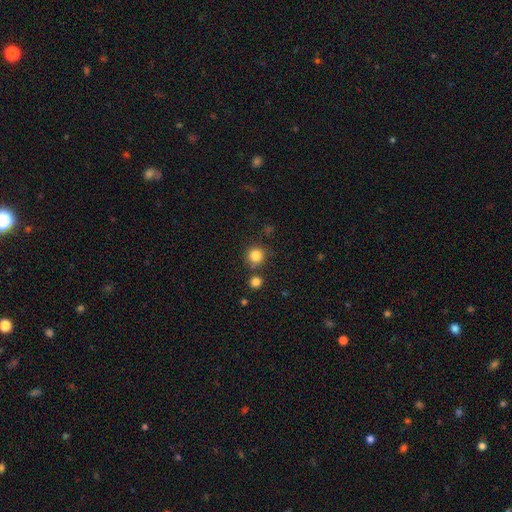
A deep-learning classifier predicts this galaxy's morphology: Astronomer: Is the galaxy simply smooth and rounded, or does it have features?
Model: smooth — 84%.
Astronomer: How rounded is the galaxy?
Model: round — 93%.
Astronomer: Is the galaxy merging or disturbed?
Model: none — 79%.